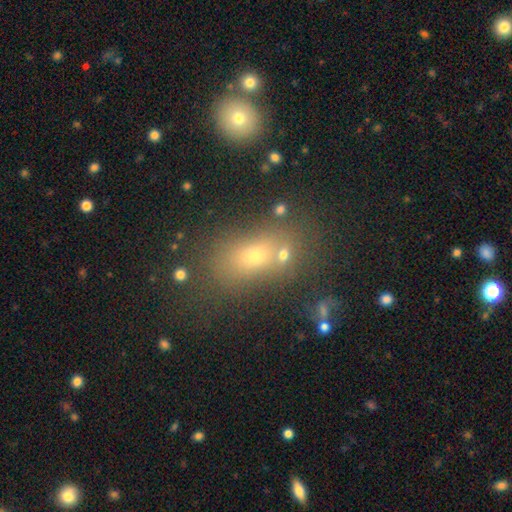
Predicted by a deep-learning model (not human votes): smooth 62%, star or artifact 23%, featured or disk 14%. Down the decision tree: how rounded — in between (70%); merging — none (61%).